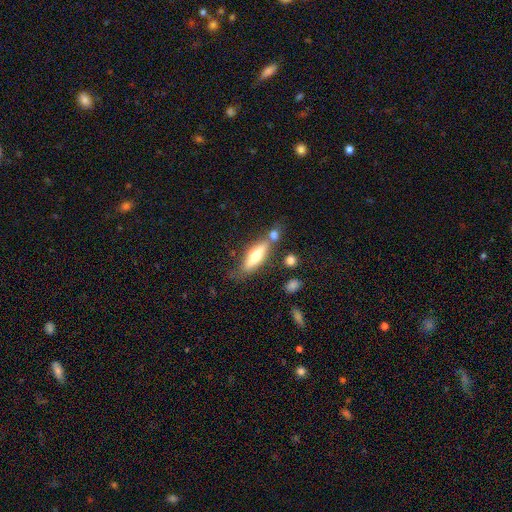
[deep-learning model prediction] smooth-or-featured: smooth: 51% | featured or disk: 42% | star or artifact: 7%
  how-rounded: cigar-shaped: 59% | in between: 38% | round: 2%
  merging: none: 59% | merger: 19% | minor disturbance: 16% | major disturbance: 5%